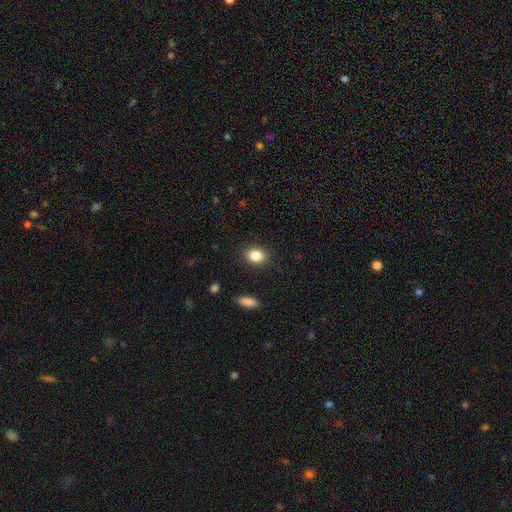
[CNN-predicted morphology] type=smooth (85%); roundness=in between (56%); merging=none (89%).